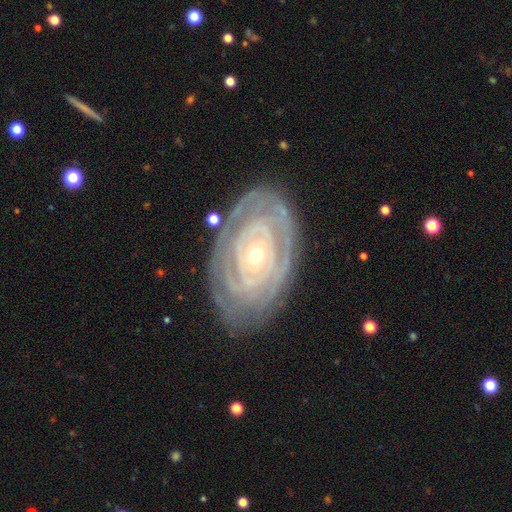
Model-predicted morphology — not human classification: Smooth or featured? featured or disk (86%)
Edge-on disk? no (95%)
Bar? no (79%)
Spiral arms? yes (86%)
Spiral winding? tight (87%)
Spiral arm count? can't tell (43%)
Bulge size? small (67%)
Merging? none (79%)